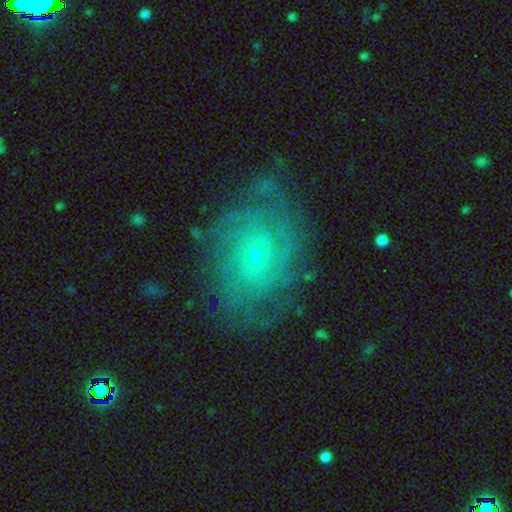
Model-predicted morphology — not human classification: type=featured or disk (79%); edge-on=no (97%); bar=no (73%); spiral arms=yes (92%); winding=tight (67%); arm count=can't tell (44%); bulge=small (78%); merging=none (75%).